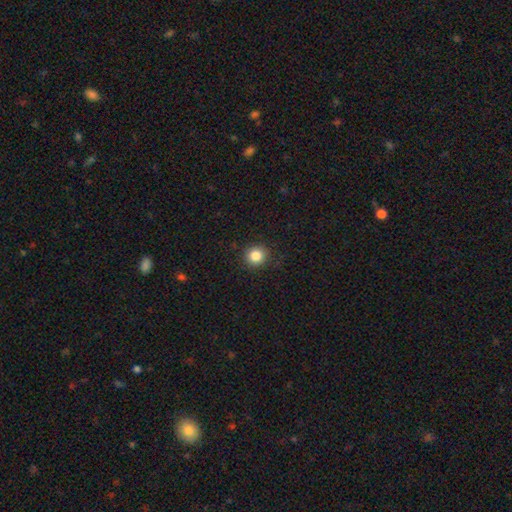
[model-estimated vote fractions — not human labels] Smooth or featured? Predicted: smooth (p=0.84). How rounded? Predicted: round (p=0.91). Merging? Predicted: none (p=0.90).